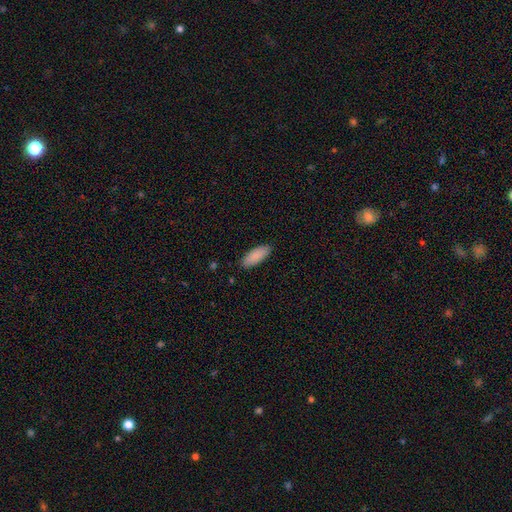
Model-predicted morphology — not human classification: This is clearly a smooth galaxy (89%). How rounded: likely in between (75%). Merging: clearly none (87%).